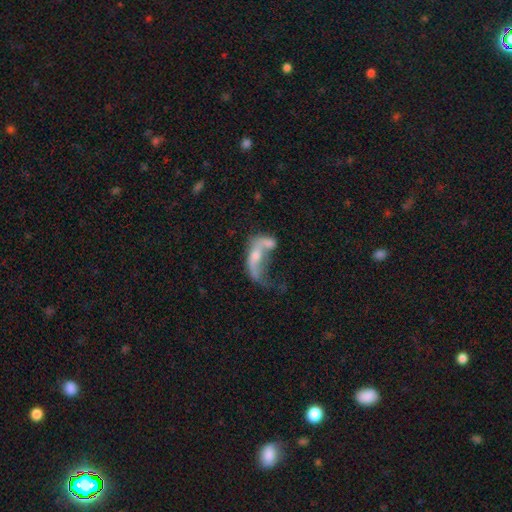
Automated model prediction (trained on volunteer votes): Smooth or featured? featured or disk (56%)
Edge-on disk? no (89%)
Merging? merger (39%)